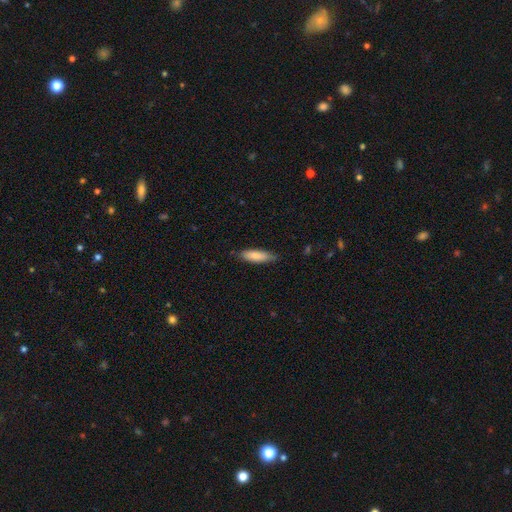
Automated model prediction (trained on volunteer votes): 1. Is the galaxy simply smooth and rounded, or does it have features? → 80% smooth, 14% featured or disk, 6% star or artifact.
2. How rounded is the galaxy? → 50% cigar-shaped, 49% in between, 2% round.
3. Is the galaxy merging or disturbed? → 80% none, 17% minor disturbance, 2% major disturbance, 1% merger.